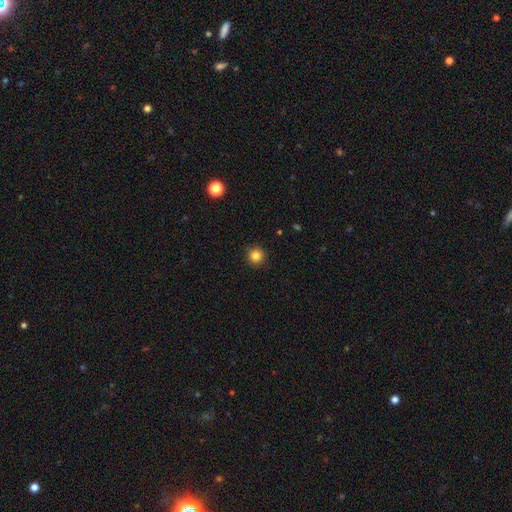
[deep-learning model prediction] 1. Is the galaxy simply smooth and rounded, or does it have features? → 83% smooth, 12% star or artifact, 5% featured or disk.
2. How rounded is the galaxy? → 95% round, 4% in between, 1% cigar-shaped.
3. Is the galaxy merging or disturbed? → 92% none, 5% minor disturbance, 2% major disturbance, 1% merger.